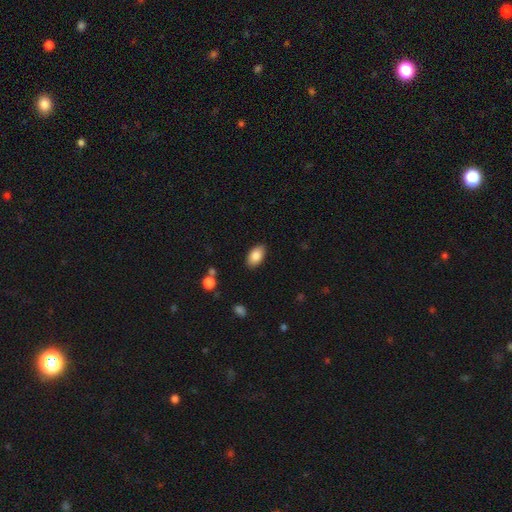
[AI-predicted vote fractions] smooth-or-featured: smooth: 86% | star or artifact: 7% | featured or disk: 7%
  how-rounded: in between: 93% | round: 6% | cigar-shaped: 2%
  merging: none: 87% | minor disturbance: 10% | major disturbance: 2% | merger: 1%